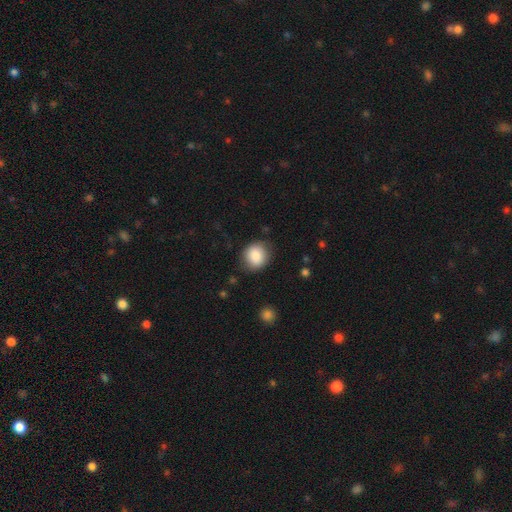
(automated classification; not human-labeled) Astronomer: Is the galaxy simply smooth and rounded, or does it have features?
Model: smooth — 86%.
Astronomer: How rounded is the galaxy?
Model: round — 72%.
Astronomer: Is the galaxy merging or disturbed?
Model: none — 79%.